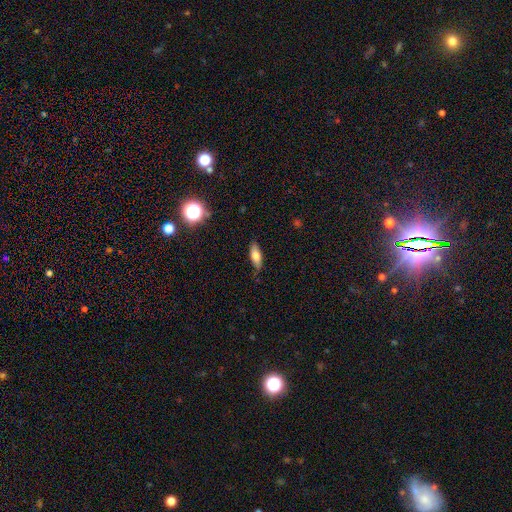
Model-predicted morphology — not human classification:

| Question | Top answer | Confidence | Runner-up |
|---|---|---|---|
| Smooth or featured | smooth | 72% | featured or disk (19%) |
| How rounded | in between | 65% | cigar-shaped (32%) |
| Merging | none | 79% | minor disturbance (17%) |